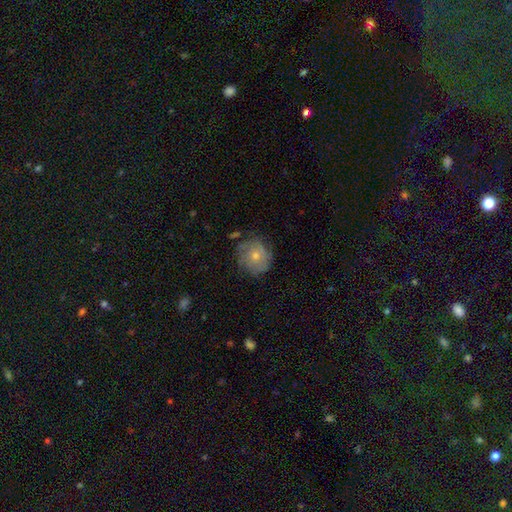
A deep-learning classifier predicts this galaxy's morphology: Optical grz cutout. It shows a featured or disk galaxy (48%). Merging: none (74%).